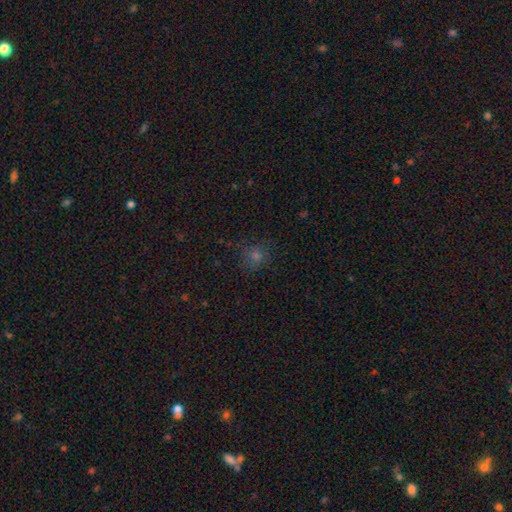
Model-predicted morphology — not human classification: Smooth or featured?
  - smooth: 61% *
  - star or artifact: 30%
  - featured or disk: 9%
How rounded?
  - round: 86% *
  - in between: 13%
  - cigar-shaped: 1%
Merging?
  - none: 79% *
  - minor disturbance: 14%
  - major disturbance: 5%
  - merger: 2%